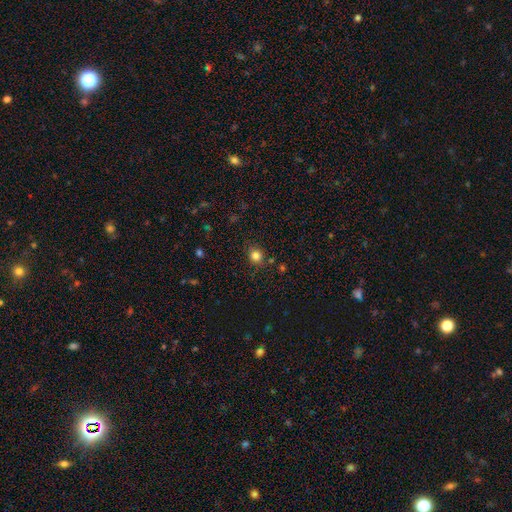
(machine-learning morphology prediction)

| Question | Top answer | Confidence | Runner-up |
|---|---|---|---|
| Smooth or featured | smooth | 82% | star or artifact (13%) |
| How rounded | round | 79% | in between (20%) |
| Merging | none | 84% | minor disturbance (11%) |